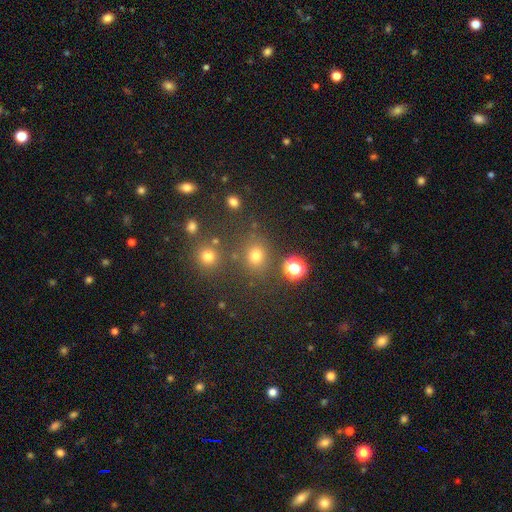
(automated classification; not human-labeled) Smooth or featured? smooth (67%)
How rounded? round (72%)
Merging? none (75%)